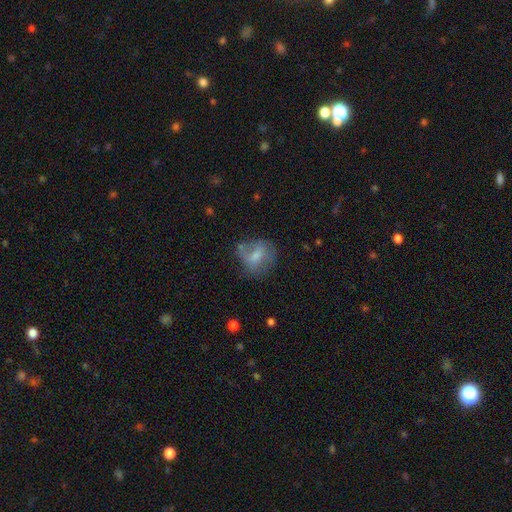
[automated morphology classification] The model was most divided on "smooth or featured": smooth: 57%, featured or disk: 31%, star or artifact: 12%. More confident: how rounded — round (62%); merging — none (55%).